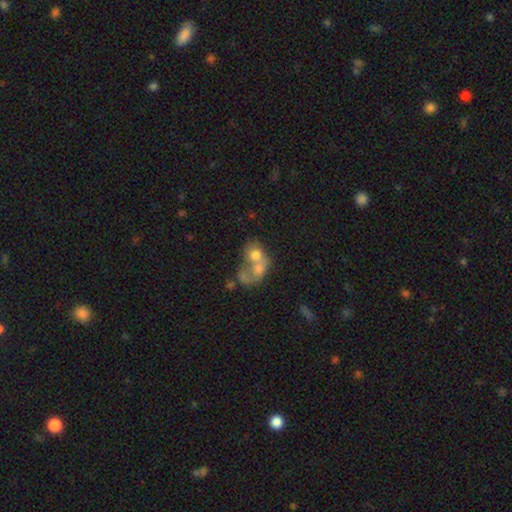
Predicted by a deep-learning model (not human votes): The model was most divided on "how rounded": round: 52%, in between: 47%, cigar-shaped: 1%. More confident: merging — merger (73%); smooth or featured — smooth (61%).